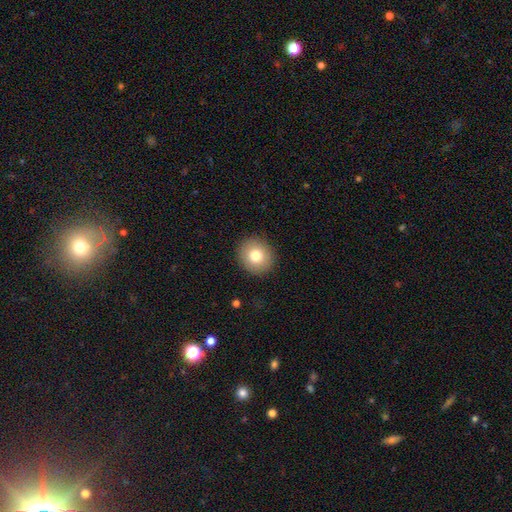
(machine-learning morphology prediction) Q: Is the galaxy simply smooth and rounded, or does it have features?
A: smooth — 79%.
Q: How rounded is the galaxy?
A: round — 83%.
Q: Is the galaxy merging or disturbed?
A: none — 91%.